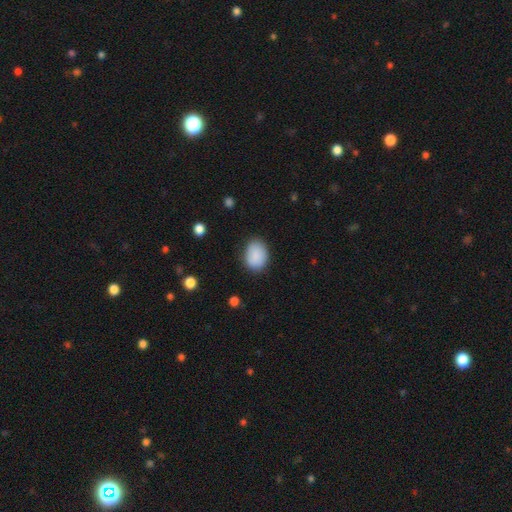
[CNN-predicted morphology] This is clearly a smooth galaxy (88%). How rounded: likely in between (71%). Merging: likely none (80%).